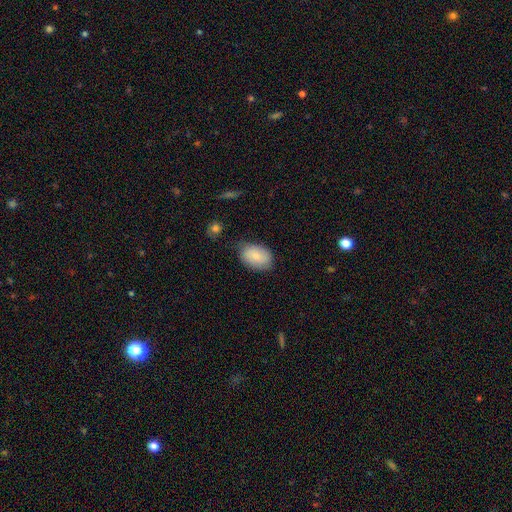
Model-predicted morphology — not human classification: smooth 81%, featured or disk 12%, star or artifact 7%. Down the decision tree: how rounded — in between (83%); merging — none (68%).